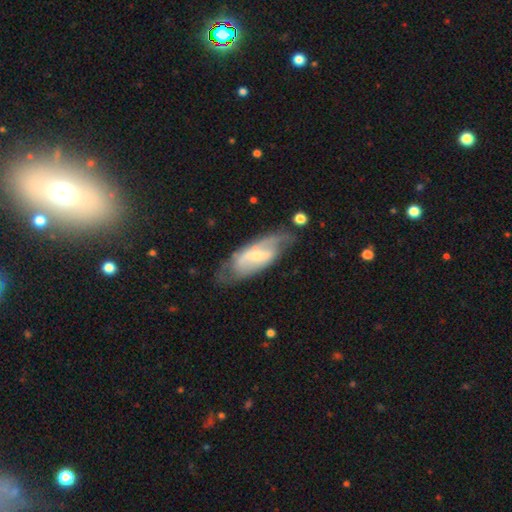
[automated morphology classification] This is likely a featured or disk galaxy (71%). It is clearly not viewed edge-on (88%). Bar: marginally weak (42%). Spiral arm pattern: likely yes (79%). Central bulge: likely small (61%). Merging: likely none (63%).